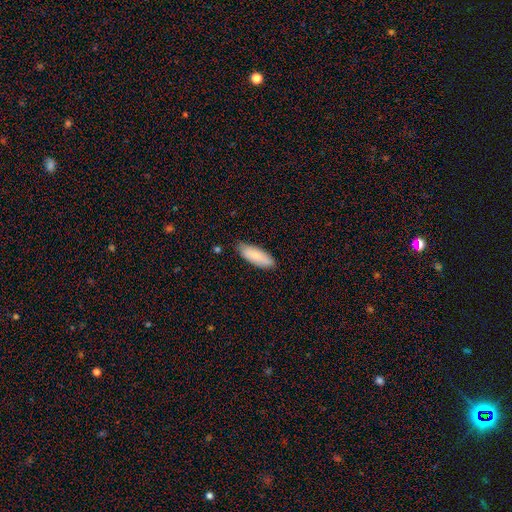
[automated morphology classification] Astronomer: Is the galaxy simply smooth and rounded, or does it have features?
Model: smooth — 83%.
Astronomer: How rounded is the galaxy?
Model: in between — 70%.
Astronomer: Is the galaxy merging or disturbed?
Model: none — 81%.